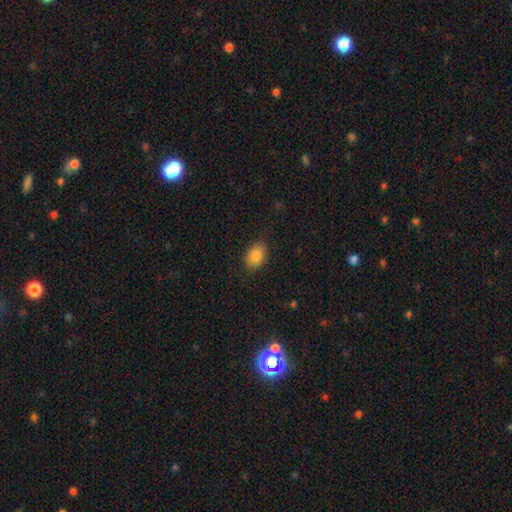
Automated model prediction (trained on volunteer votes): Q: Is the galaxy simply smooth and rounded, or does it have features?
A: smooth — 86%.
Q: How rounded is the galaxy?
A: in between — 82%.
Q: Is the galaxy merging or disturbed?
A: none — 85%.